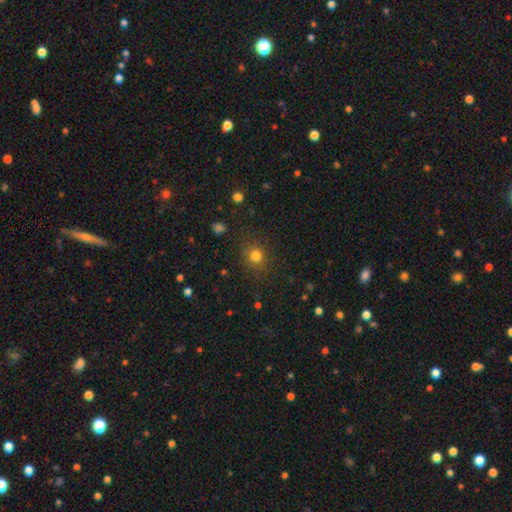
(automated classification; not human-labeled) Smooth or featured: smooth — 79% (star or artifact — 15%)
How rounded: round — 86% (in between — 13%)
Merging: none — 84% (minor disturbance — 10%)